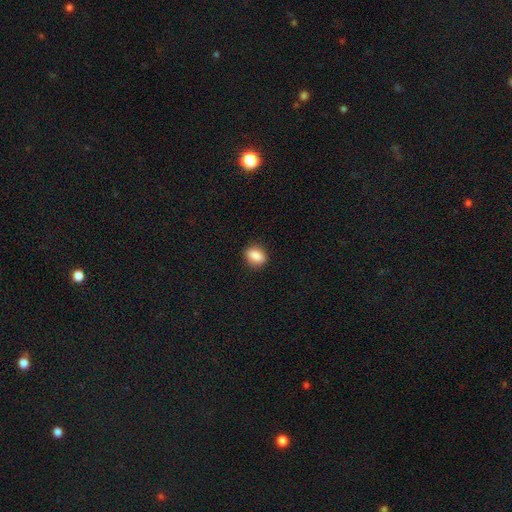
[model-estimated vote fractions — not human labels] Smooth or featured: smooth — 87% (star or artifact — 8%)
How rounded: in between — 69% (round — 29%)
Merging: none — 88% (minor disturbance — 9%)